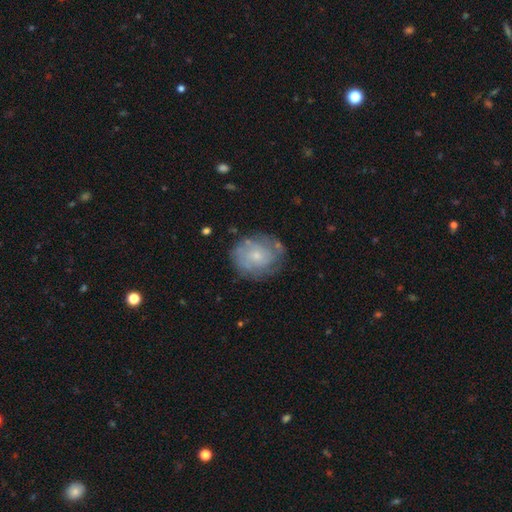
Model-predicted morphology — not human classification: Smooth or featured? featured or disk (56%)
Edge-on disk? no (98%)
Bar? no (81%)
Spiral arms? yes (75%)
Bulge size? small (68%)
Merging? none (71%)